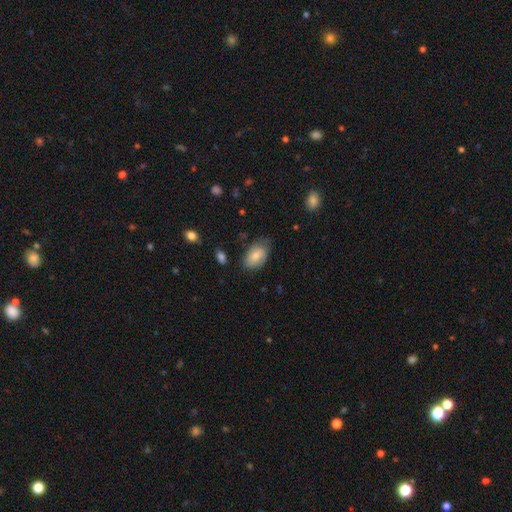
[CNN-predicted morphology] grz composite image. It shows a smooth galaxy with no disk features (74%) that is in between round and cigar-shaped (92%). Merging: none (61%).